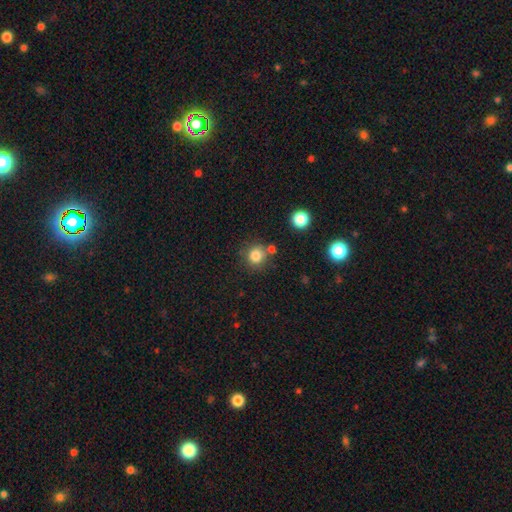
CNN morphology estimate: This is clearly a smooth galaxy (82%). How rounded: clearly round (89%). Merging: likely none (75%).